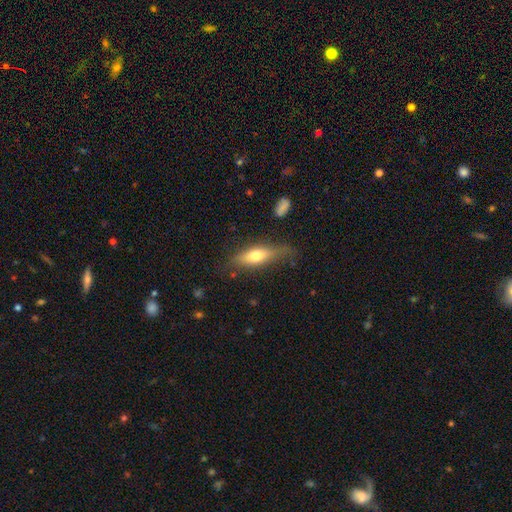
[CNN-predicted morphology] Smooth or featured? smooth (63%)
How rounded? in between (52%)
Merging? none (62%)